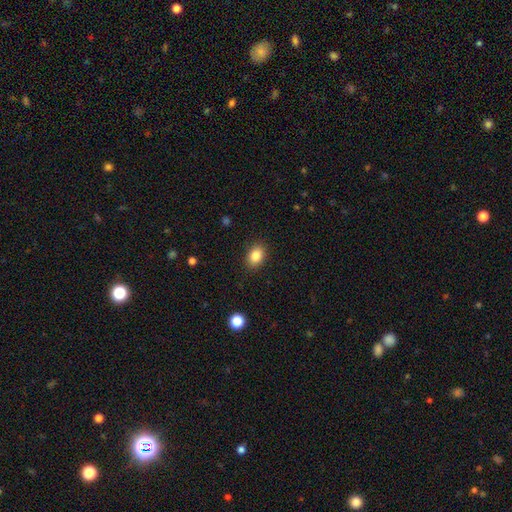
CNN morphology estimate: smooth 85%, star or artifact 9%, featured or disk 6%. Down the decision tree: how rounded — in between (73%); merging — none (88%).